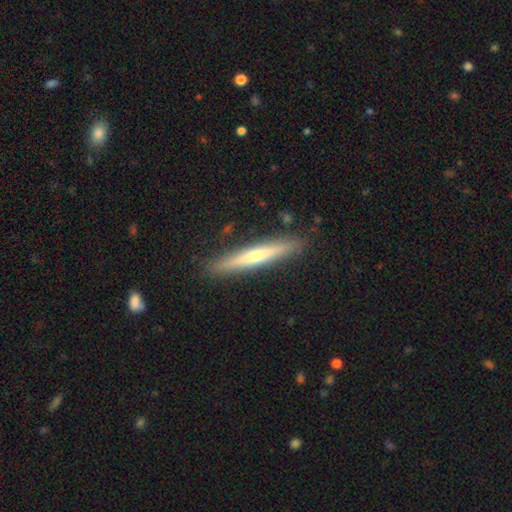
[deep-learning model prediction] Overall: featured or disk (48%; smooth 46%). Merging: none (89%).